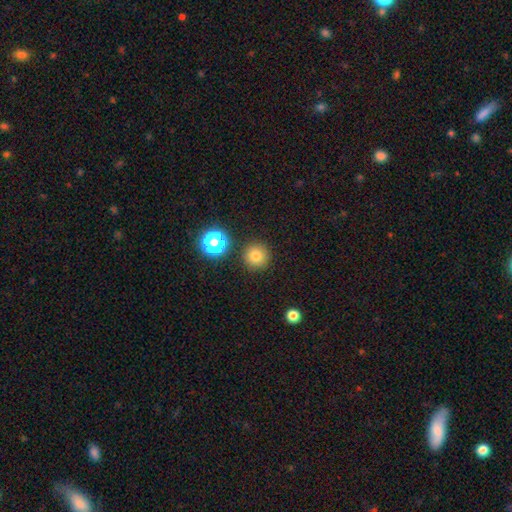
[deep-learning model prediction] A smooth galaxy with no disk features (79%) that is round (96%).

Vote fractions:
- Smooth or featured? smooth: 79% / star or artifact: 14% / featured or disk: 7%
- How rounded? round: 96% / in between: 3% / cigar-shaped: 1%
- Merging? none: 88% / minor disturbance: 6% / merger: 4% / major disturbance: 2%